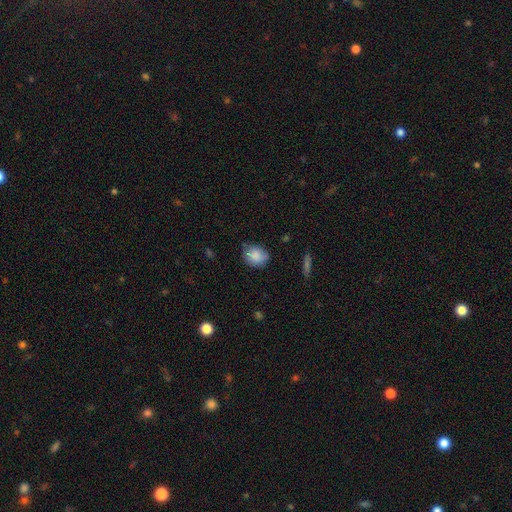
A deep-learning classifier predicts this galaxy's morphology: Q: Smooth or featured?
A: smooth (85%); runner-up: star or artifact (8%)
Q: How rounded?
A: round (54%); runner-up: in between (45%)
Q: Merging?
A: none (71%); runner-up: minor disturbance (22%)